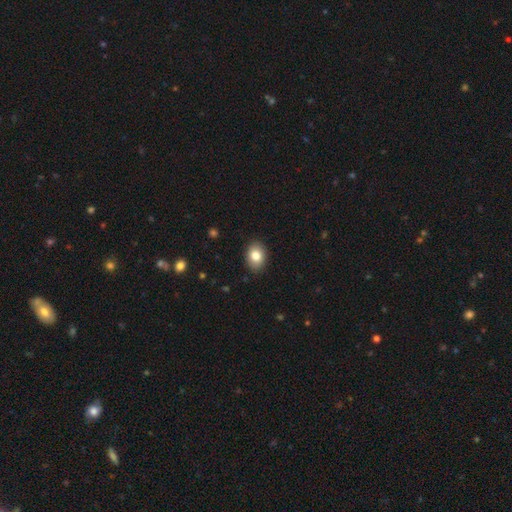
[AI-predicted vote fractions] smooth-or-featured: smooth: 83% | featured or disk: 9% | star or artifact: 8%
  how-rounded: in between: 70% | round: 29% | cigar-shaped: 1%
  merging: none: 89% | minor disturbance: 8% | major disturbance: 2% | merger: 1%